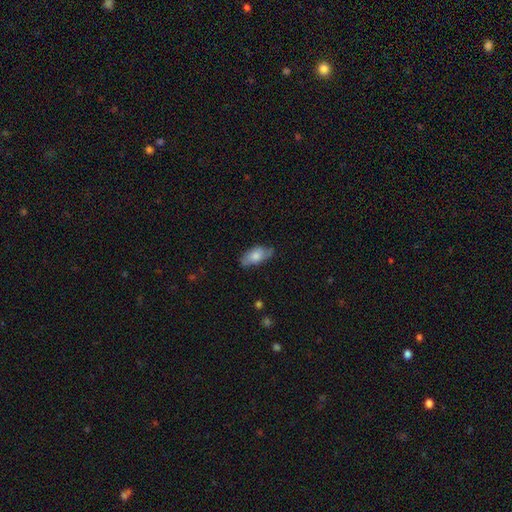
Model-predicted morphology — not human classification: Smooth or featured? smooth (67%)
How rounded? in between (87%)
Merging? none (70%)